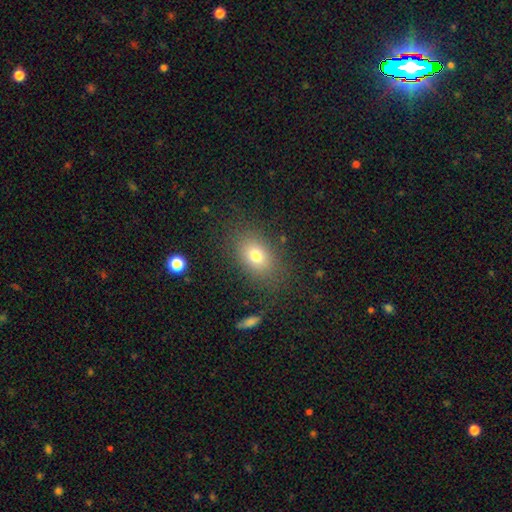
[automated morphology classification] smooth_or_featured: smooth (p=0.75) [alt: featured or disk p=0.13]
how_rounded: in between (p=0.75) [alt: round p=0.23]
merging: none (p=0.81) [alt: minor disturbance p=0.12]